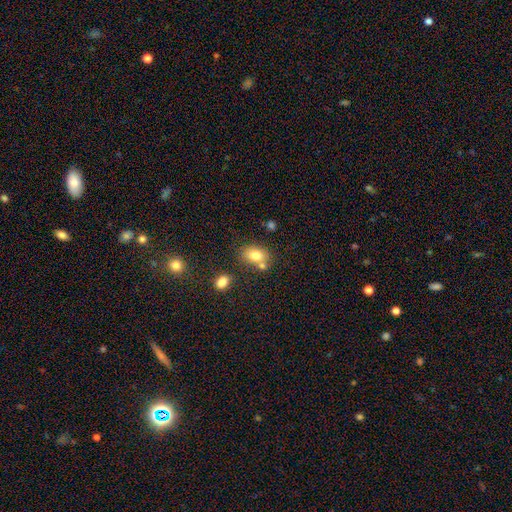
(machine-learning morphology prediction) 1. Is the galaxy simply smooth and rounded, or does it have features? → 78% smooth, 12% featured or disk, 10% star or artifact.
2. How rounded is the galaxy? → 70% in between, 28% round, 1% cigar-shaped.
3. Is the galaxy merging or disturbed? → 58% none, 24% merger, 14% minor disturbance, 4% major disturbance.